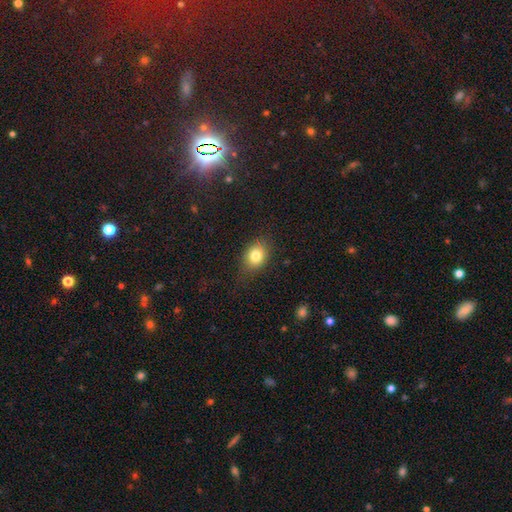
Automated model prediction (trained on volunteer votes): The model was most divided on "how rounded": in between: 53%, round: 46%, cigar-shaped: 1%. More confident: smooth or featured — smooth (80%); merging — none (75%).